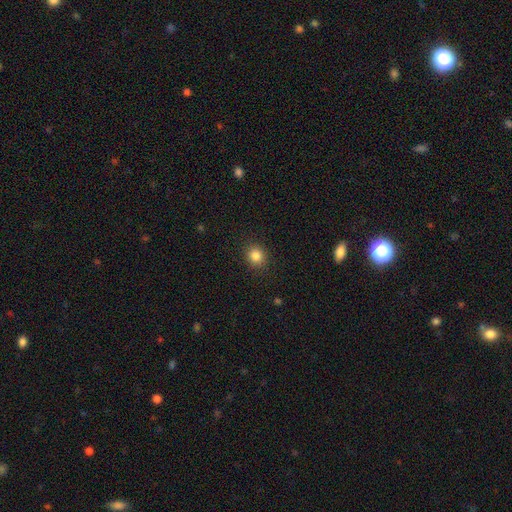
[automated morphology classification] smooth 84%, star or artifact 11%, featured or disk 5%. Down the decision tree: how rounded — round (82%); merging — none (90%).